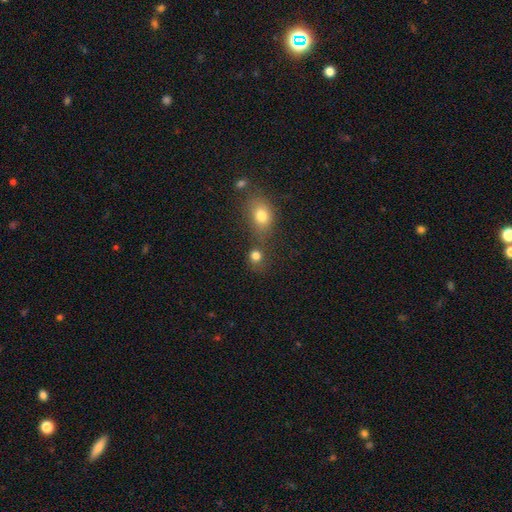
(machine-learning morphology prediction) Smooth or featured: smooth — 79% (star or artifact — 14%)
How rounded: round — 79% (in between — 20%)
Merging: none — 58% (merger — 26%)